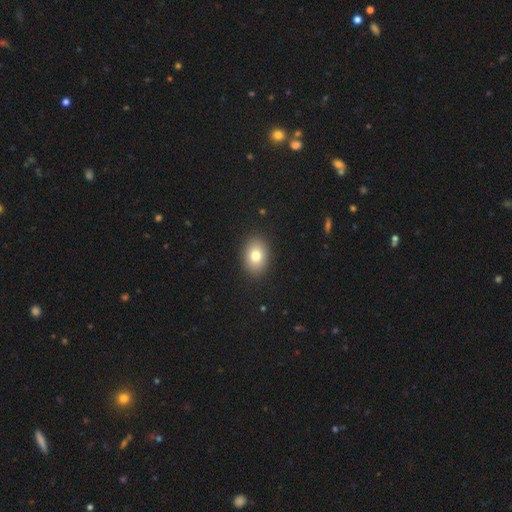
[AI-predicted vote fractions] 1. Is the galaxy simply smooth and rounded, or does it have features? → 79% smooth, 12% featured or disk, 9% star or artifact.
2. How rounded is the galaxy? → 75% in between, 24% round, 1% cigar-shaped.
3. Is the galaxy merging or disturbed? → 90% none, 7% minor disturbance, 2% major disturbance, 1% merger.